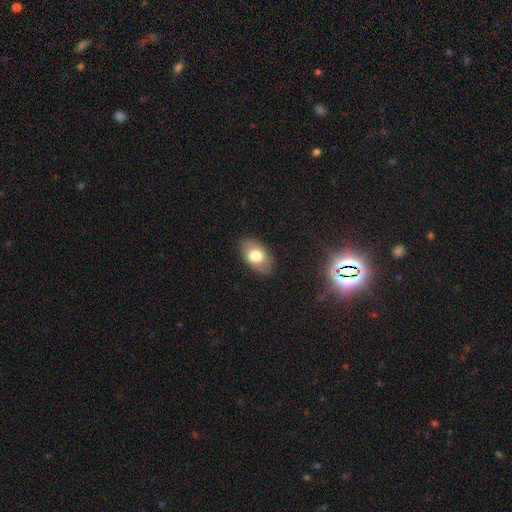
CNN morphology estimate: Smooth or featured?
  - smooth: 75% *
  - featured or disk: 17%
  - star or artifact: 8%
How rounded?
  - in between: 91% *
  - round: 8%
  - cigar-shaped: 1%
Merging?
  - none: 85% *
  - minor disturbance: 12%
  - major disturbance: 3%
  - merger: 1%